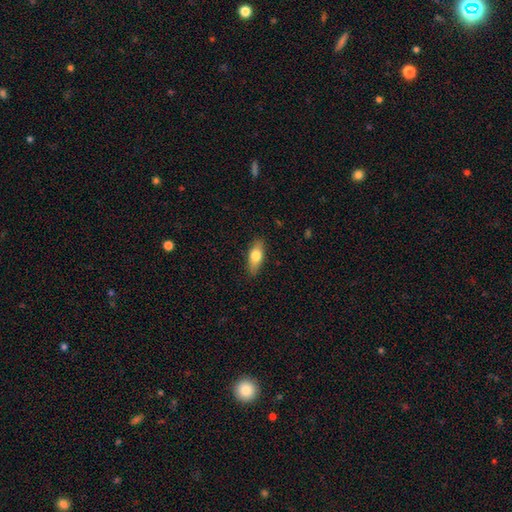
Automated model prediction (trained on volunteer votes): The model was most divided on "smooth or featured": smooth: 70%, featured or disk: 23%, star or artifact: 6%. More confident: merging — none (86%); how rounded — in between (74%).